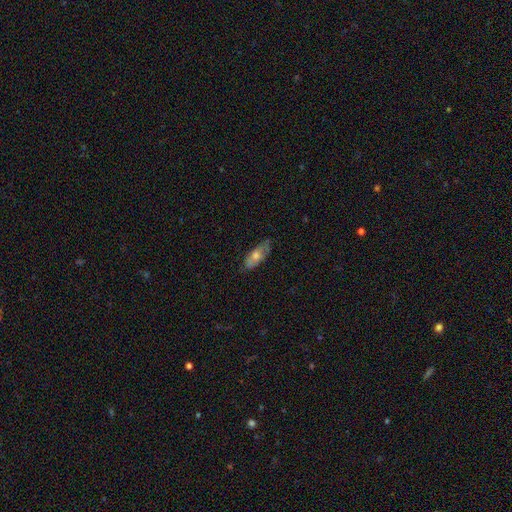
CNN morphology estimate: smooth-or-featured: smooth: 48% | featured or disk: 44% | star or artifact: 7%
  merging: none: 75% | minor disturbance: 20% | major disturbance: 4% | merger: 1%